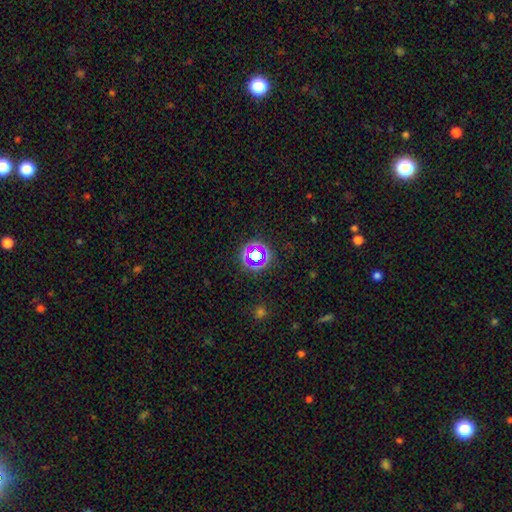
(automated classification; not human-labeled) Overall: star or artifact (58%; smooth 29%).